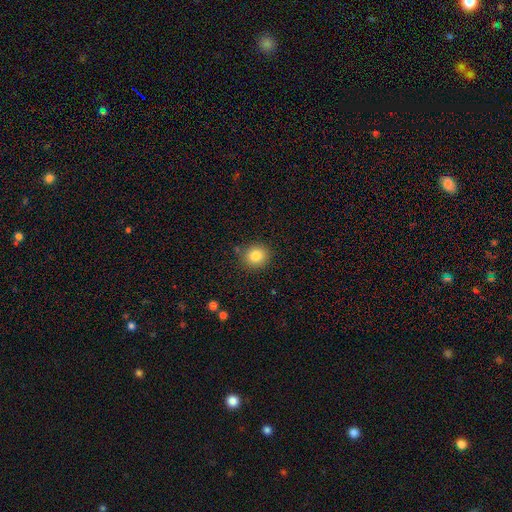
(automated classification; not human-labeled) Smooth or featured? smooth (83%)
How rounded? round (84%)
Merging? none (86%)